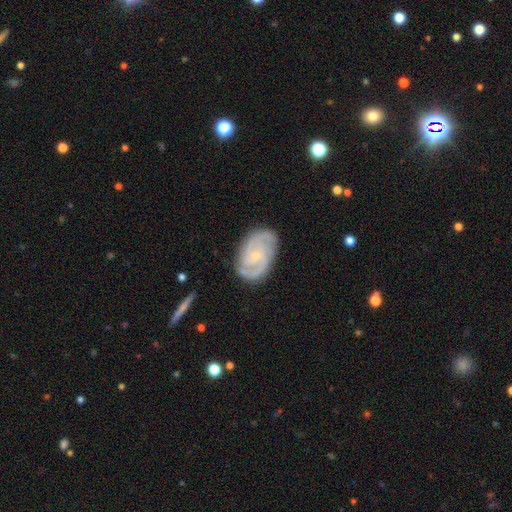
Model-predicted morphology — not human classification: smooth-or-featured: featured or disk: 88% | smooth: 7% | star or artifact: 5%
  disk-edge-on: no: 97% | yes: 3%
    bar: no: 61% | weak: 33% | strong: 6%
    has-spiral-arms: yes: 98% | no: 2%
      spiral-winding: tight: 52% | medium: 41% | loose: 8%
      spiral-arm-count: 2: 56% | 3: 24% | can't tell: 9% | 4: 4% | 1: 3% | more than 4: 3%
    bulge-size: small: 80% | moderate: 13% | none: 5% | large: 1% | dominant: 1%
  merging: none: 80% | minor disturbance: 15% | major disturbance: 4% | merger: 1%